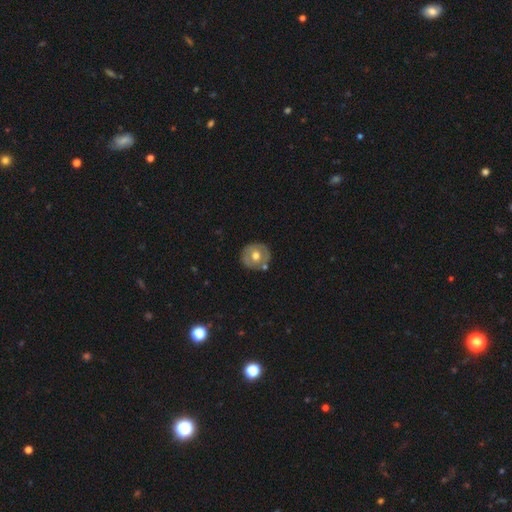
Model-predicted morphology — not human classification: Overall: smooth (53%; featured or disk 40%). How rounded: round (88%). Merging: none (79%).